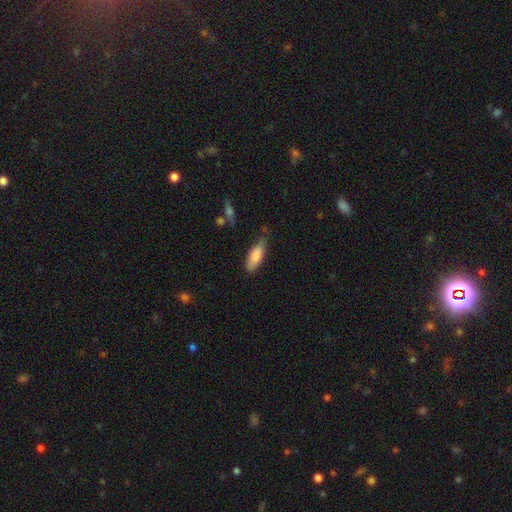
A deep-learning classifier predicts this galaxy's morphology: Smooth or featured: smooth — 81% (featured or disk — 12%)
How rounded: in between — 67% (cigar-shaped — 32%)
Merging: none — 70% (minor disturbance — 23%)